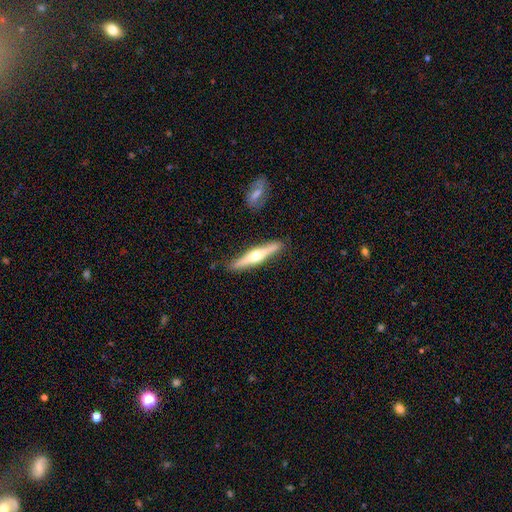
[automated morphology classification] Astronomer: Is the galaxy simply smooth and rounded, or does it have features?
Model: featured or disk — 66%.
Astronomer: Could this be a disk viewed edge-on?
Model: yes — 97%.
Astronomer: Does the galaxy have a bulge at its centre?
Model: rounded — 93%.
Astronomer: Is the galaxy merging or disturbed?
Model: none — 88%.